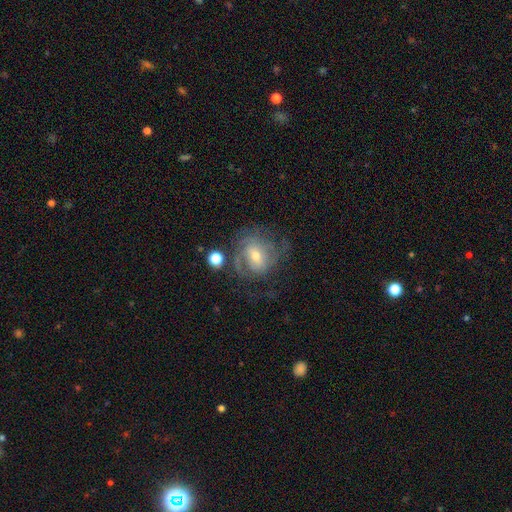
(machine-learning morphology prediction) smooth-or-featured: featured or disk: 77% | smooth: 15% | star or artifact: 8%
  disk-edge-on: no: 97% | yes: 3%
    bar: weak: 46% | no: 39% | strong: 14%
    has-spiral-arms: yes: 89% | no: 11%
      spiral-winding: tight: 47% | medium: 39% | loose: 15%
      spiral-arm-count: can't tell: 36% | 2: 30% | 3: 19% | 1: 6% | 4: 6% | more than 4: 4%
    bulge-size: moderate: 48% | small: 46% | large: 3% | none: 2% | dominant: 1%
  merging: none: 55% | major disturbance: 21% | minor disturbance: 20% | merger: 5%